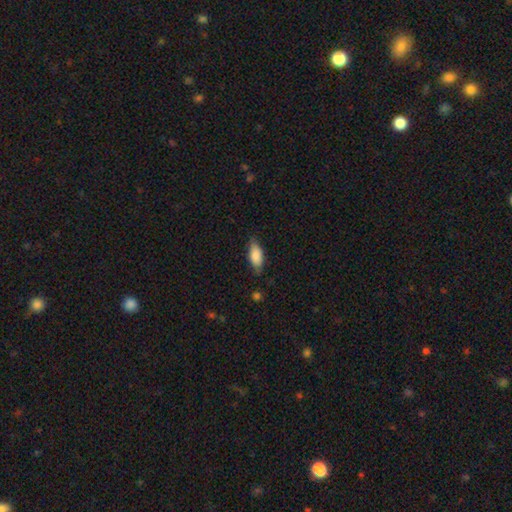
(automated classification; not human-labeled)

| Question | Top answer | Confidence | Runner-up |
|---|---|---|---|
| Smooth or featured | smooth | 83% | featured or disk (11%) |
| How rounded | in between | 85% | cigar-shaped (13%) |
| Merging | none | 73% | minor disturbance (21%) |